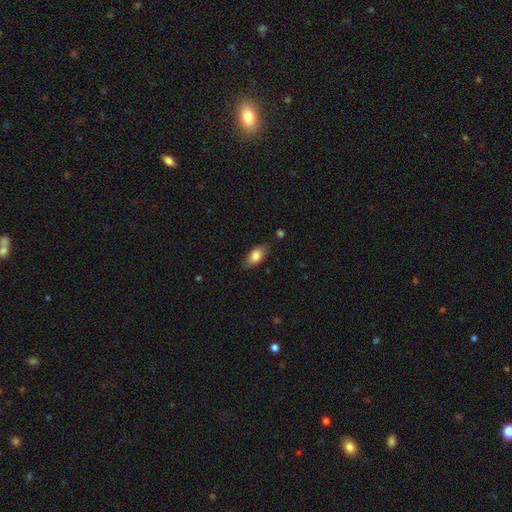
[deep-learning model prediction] Smooth or featured? Predicted: smooth (p=0.79). How rounded? Predicted: in between (p=0.88). Merging? Predicted: none (p=0.79).